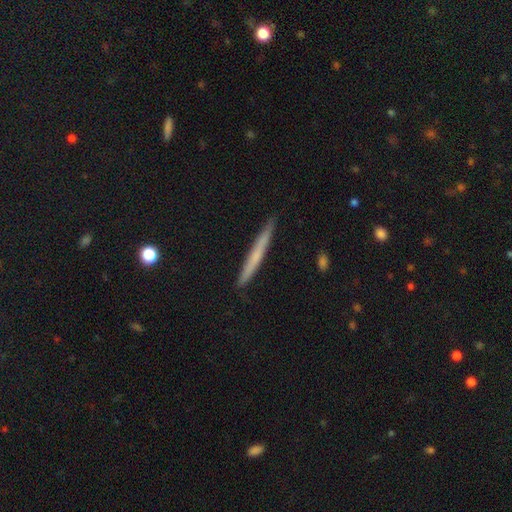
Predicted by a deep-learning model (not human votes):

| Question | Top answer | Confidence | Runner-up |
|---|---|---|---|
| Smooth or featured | smooth | 53% | featured or disk (41%) |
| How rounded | cigar-shaped | 97% | in between (2%) |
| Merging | none | 91% | minor disturbance (7%) |